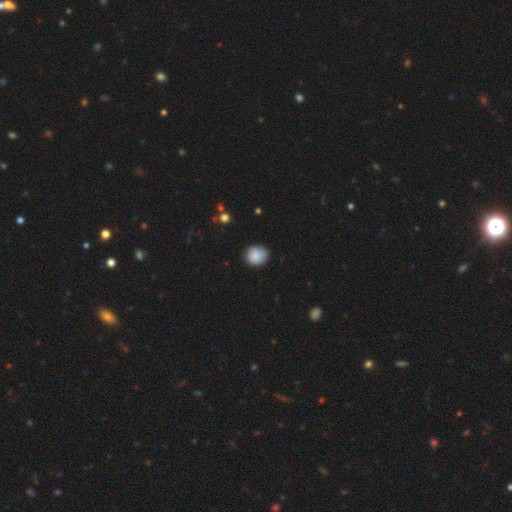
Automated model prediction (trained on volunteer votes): smooth-or-featured: smooth: 86% | star or artifact: 8% | featured or disk: 6%
  how-rounded: round: 82% | in between: 17% | cigar-shaped: 1%
  merging: none: 78% | minor disturbance: 18% | major disturbance: 3% | merger: 2%